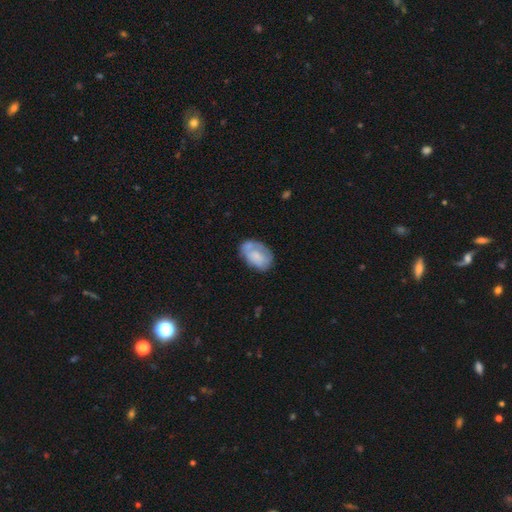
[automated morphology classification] smooth-or-featured: smooth: 57% | featured or disk: 36% | star or artifact: 7%
  how-rounded: in between: 86% | round: 12% | cigar-shaped: 1%
  merging: none: 52% | minor disturbance: 29% | major disturbance: 12% | merger: 7%